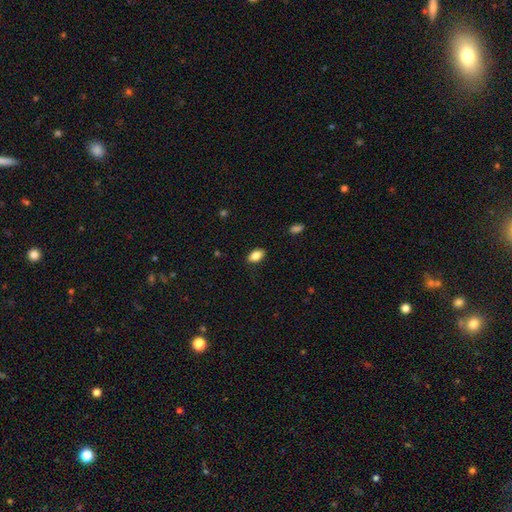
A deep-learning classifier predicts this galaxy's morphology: smooth_or_featured: smooth (p=0.85) [alt: star or artifact p=0.08]
how_rounded: in between (p=0.90) [alt: round p=0.07]
merging: none (p=0.86) [alt: minor disturbance p=0.11]